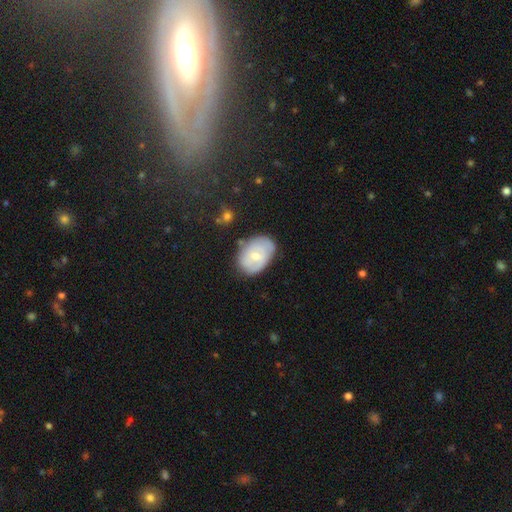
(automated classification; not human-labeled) The model was most divided on "smooth or featured" (2-way tie): featured or disk: 47%, smooth: 47%, star or artifact: 7%. More confident: merging — none (64%).